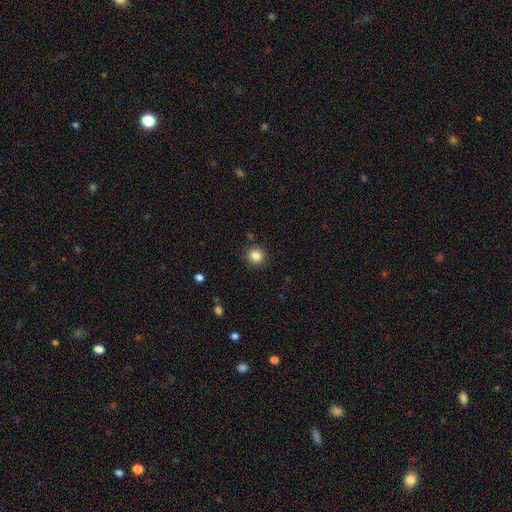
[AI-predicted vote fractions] This is clearly a smooth galaxy (85%). How rounded: clearly round (90%). Merging: clearly none (89%).